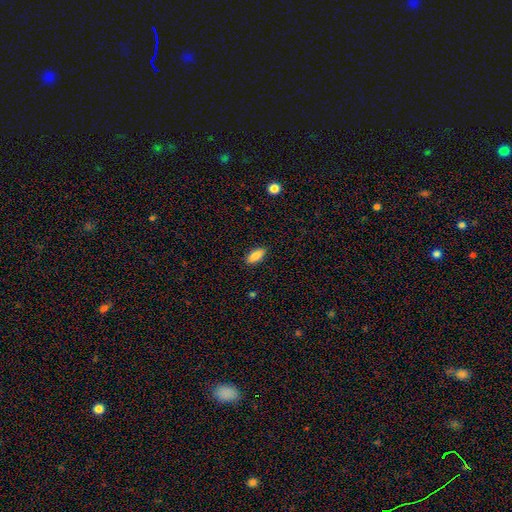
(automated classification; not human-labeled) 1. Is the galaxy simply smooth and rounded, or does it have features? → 84% smooth, 9% featured or disk, 7% star or artifact.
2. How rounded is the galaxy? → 84% in between, 13% cigar-shaped, 2% round.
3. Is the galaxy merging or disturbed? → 88% none, 9% minor disturbance, 2% major disturbance, 1% merger.